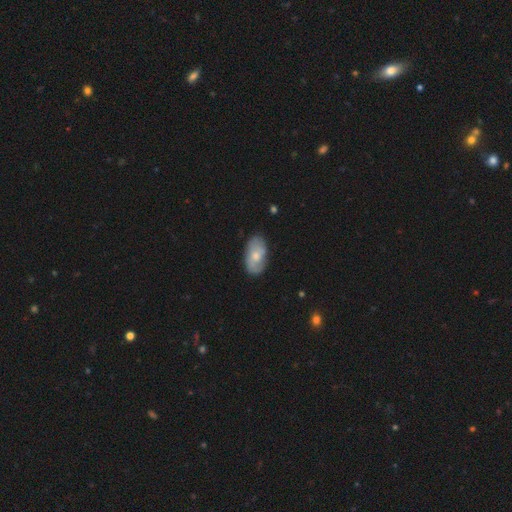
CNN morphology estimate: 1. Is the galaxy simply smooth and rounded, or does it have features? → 57% smooth, 37% featured or disk, 6% star or artifact.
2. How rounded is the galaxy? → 93% in between, 5% round, 2% cigar-shaped.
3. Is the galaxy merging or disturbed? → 75% none, 19% minor disturbance, 4% major disturbance, 1% merger.